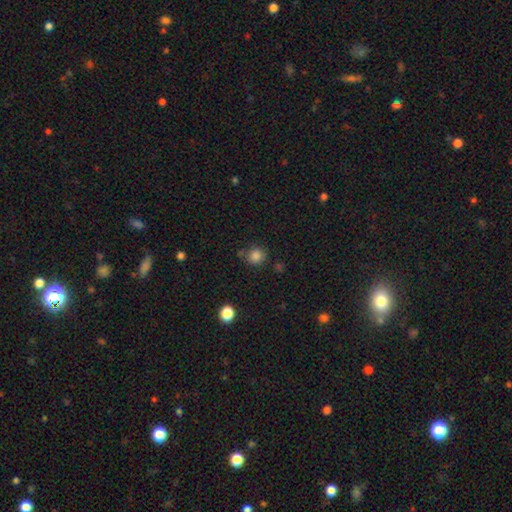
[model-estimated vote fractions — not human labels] This appears to be a smooth galaxy with no disk features (83%) that is round (89%). Merging: none (76%).